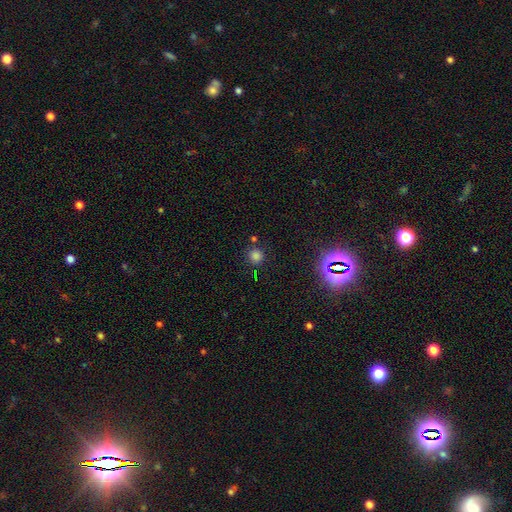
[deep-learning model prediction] smooth_or_featured: smooth (p=0.77) [alt: star or artifact p=0.18]
how_rounded: round (p=0.92) [alt: in between p=0.07]
merging: none (p=0.81) [alt: minor disturbance p=0.09]